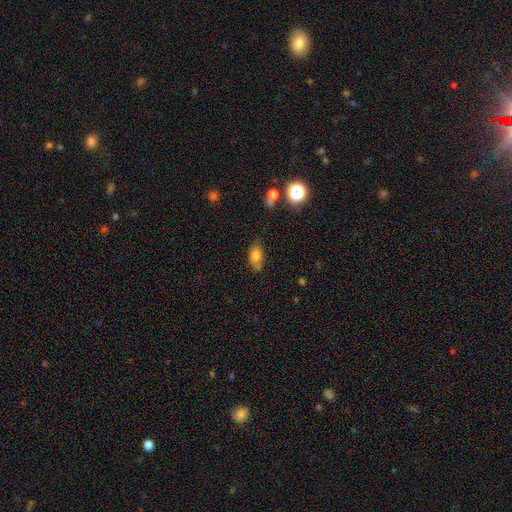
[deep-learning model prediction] Morphology: type=smooth (77%); roundness=in between (85%); merging=none (65%).